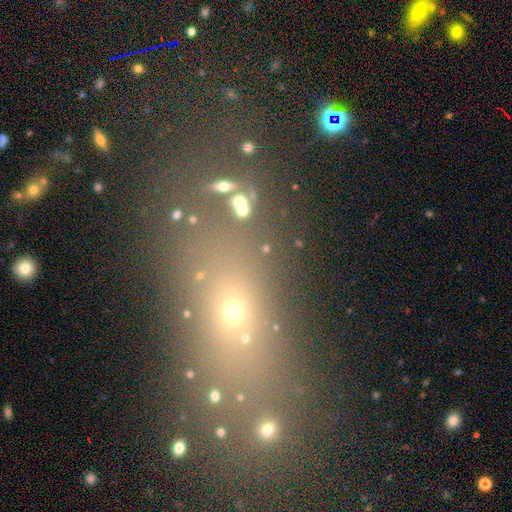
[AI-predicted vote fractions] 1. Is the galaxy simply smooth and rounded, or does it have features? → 47% smooth, 36% star or artifact, 17% featured or disk.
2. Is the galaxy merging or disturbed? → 68% none, 13% minor disturbance, 10% merger, 9% major disturbance.